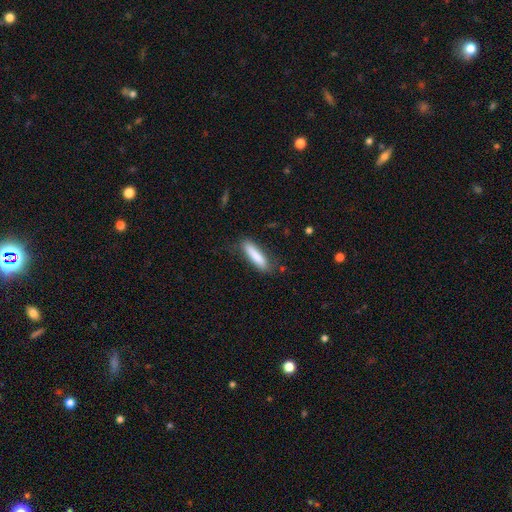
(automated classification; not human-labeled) This is clearly a smooth galaxy (83%). How rounded: likely cigar-shaped (79%). Merging: likely none (78%).